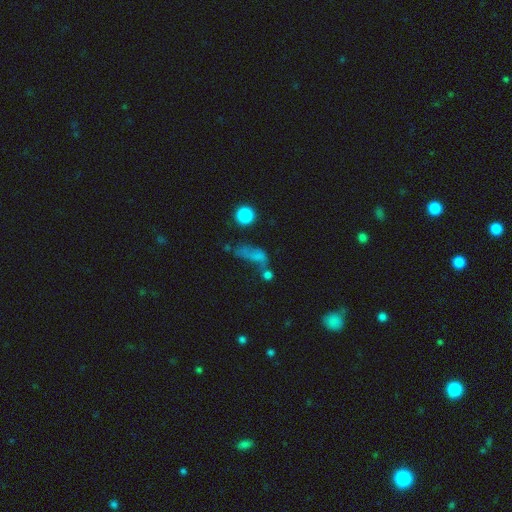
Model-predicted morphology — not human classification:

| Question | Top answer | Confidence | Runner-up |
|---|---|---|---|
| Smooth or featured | smooth | 55% | featured or disk (23%) |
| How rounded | in between | 61% | cigar-shaped (20%) |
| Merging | major disturbance | 31% | none (27%) |